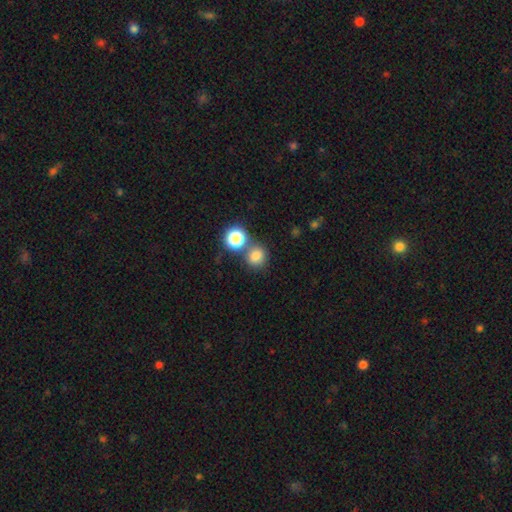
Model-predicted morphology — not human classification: This is likely a smooth galaxy (78%). How rounded: likely round (78%). Merging: likely none (62%).